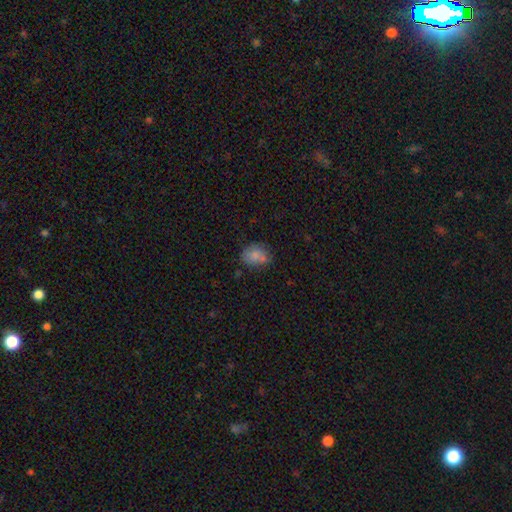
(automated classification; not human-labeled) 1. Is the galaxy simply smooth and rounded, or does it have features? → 76% smooth, 14% featured or disk, 10% star or artifact.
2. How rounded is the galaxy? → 57% in between, 42% round, 1% cigar-shaped.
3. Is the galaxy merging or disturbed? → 55% none, 24% minor disturbance, 13% merger, 8% major disturbance.